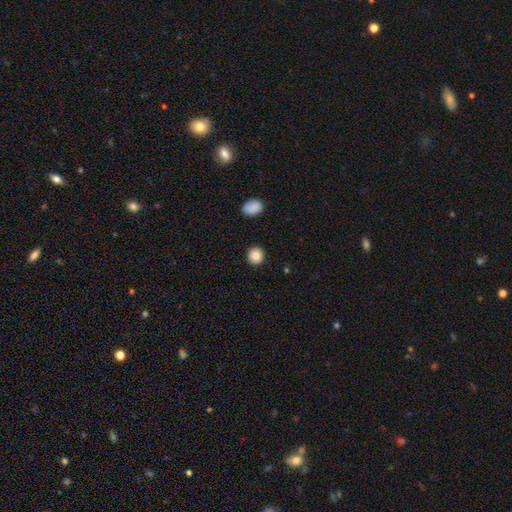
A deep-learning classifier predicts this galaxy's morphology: A smooth galaxy with no disk features (87%) that is round (90%).

Vote fractions:
- Smooth or featured? smooth: 87% / star or artifact: 9% / featured or disk: 4%
- How rounded? round: 90% / in between: 9% / cigar-shaped: 1%
- Merging? none: 92% / minor disturbance: 5% / major disturbance: 2% / merger: 2%